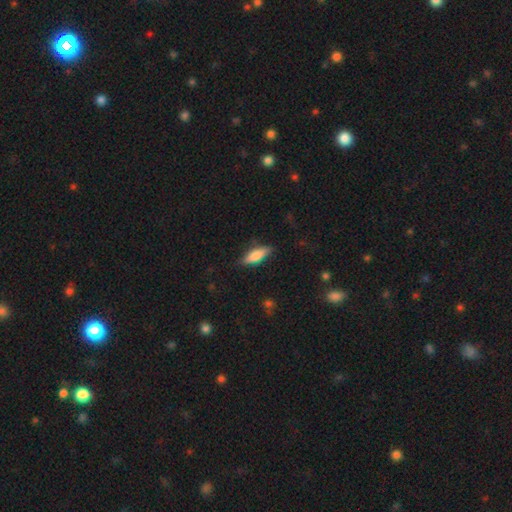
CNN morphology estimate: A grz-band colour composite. It shows a smooth galaxy with no disk features (74%) that is in between round and cigar-shaped (57%). Merging: none (79%).